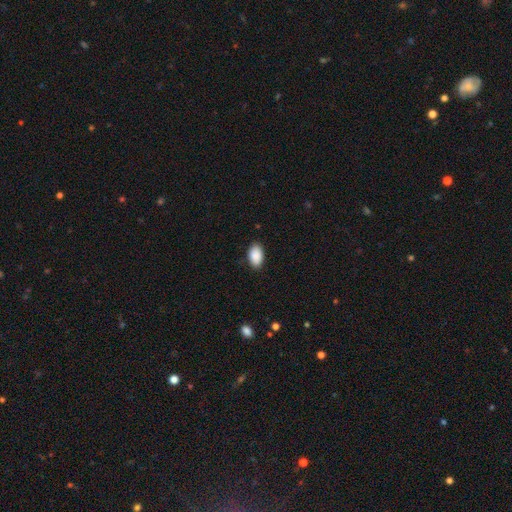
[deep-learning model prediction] Smooth or featured: smooth — 90% (star or artifact — 7%)
How rounded: in between — 93% (round — 5%)
Merging: none — 86% (minor disturbance — 11%)